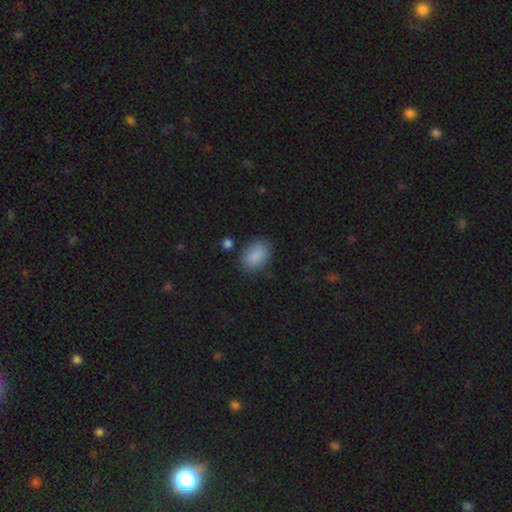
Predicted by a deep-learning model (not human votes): A smooth galaxy with no disk features (88%) that is in between round and cigar-shaped (80%). Merging: none (81%).